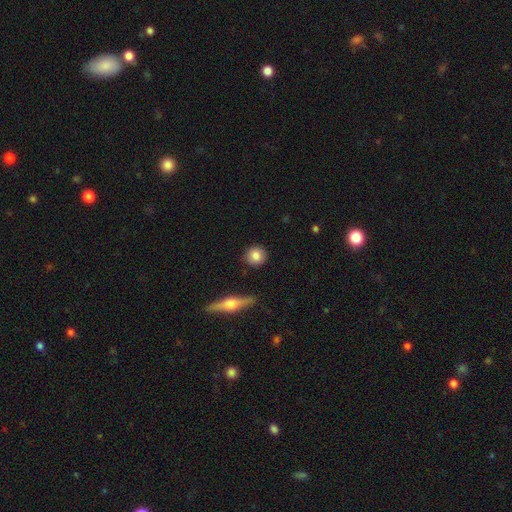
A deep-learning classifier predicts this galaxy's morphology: A smooth galaxy with no disk features (82%) that is round (89%). Merging: none (88%).